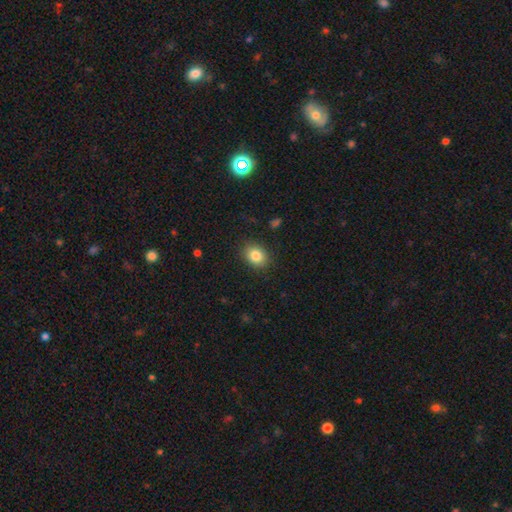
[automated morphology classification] Smooth or featured: smooth — 84% (star or artifact — 9%)
How rounded: in between — 62% (round — 37%)
Merging: none — 87% (minor disturbance — 9%)